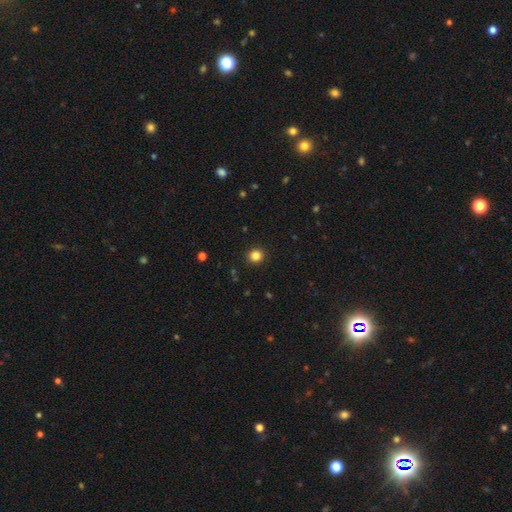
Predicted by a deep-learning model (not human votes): Morphology: type=smooth (84%); roundness=round (92%); merging=none (92%).